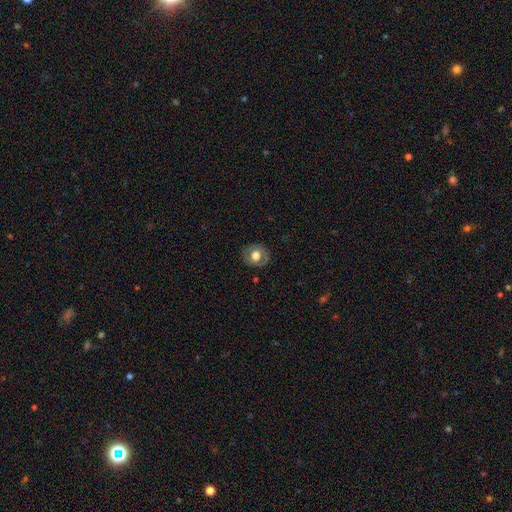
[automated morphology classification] type=smooth (59%); roundness=round (78%); merging=none (81%).